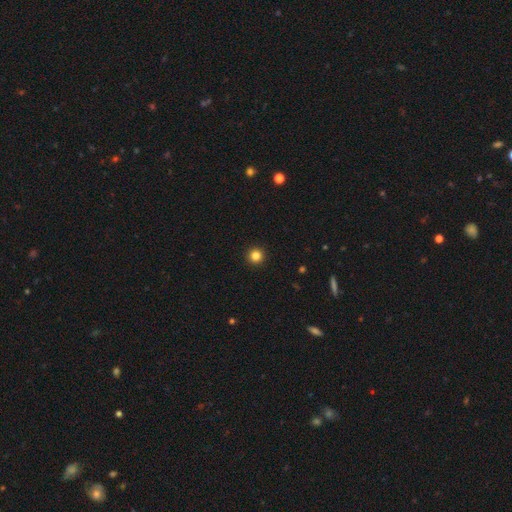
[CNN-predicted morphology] This is clearly a smooth galaxy (83%). How rounded: clearly round (96%). Merging: clearly none (94%).